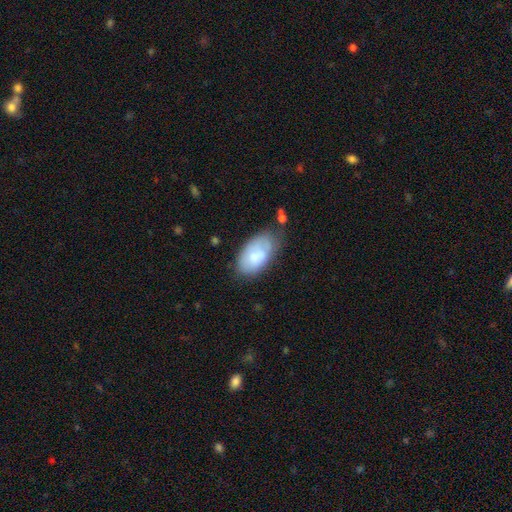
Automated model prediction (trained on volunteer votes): Q: Smooth or featured?
A: smooth (72%); runner-up: featured or disk (22%)
Q: How rounded?
A: in between (94%); runner-up: round (4%)
Q: Merging?
A: none (52%); runner-up: minor disturbance (31%)